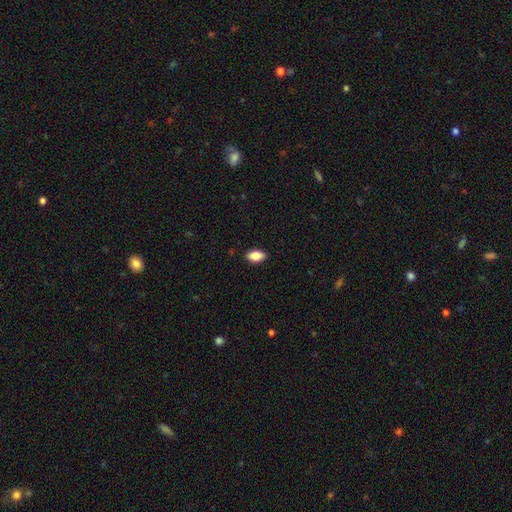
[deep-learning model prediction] The model was most divided on "smooth or featured": smooth: 85%, featured or disk: 8%, star or artifact: 7%. More confident: how rounded — in between (91%); merging — none (89%).